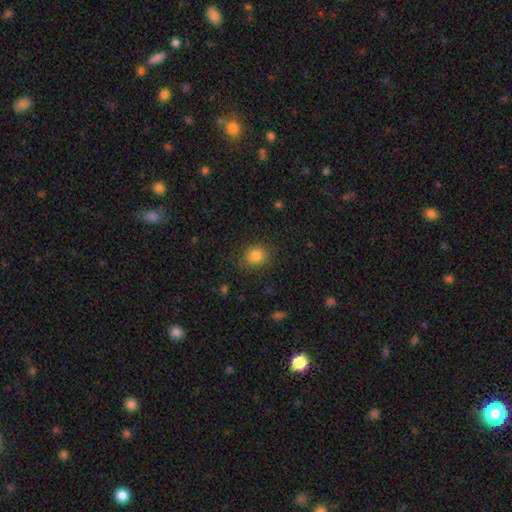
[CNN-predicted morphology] Smooth or featured? Predicted: smooth (p=0.83). How rounded? Predicted: round (p=0.75). Merging? Predicted: none (p=0.86).